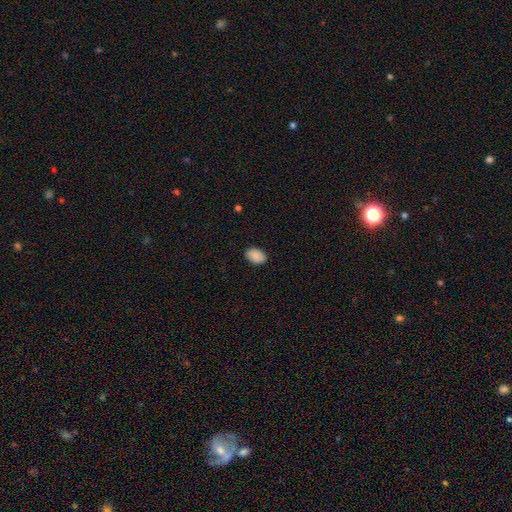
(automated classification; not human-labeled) A smooth galaxy with no disk features (90%) that is in between round and cigar-shaped (87%). Merging: none (89%).